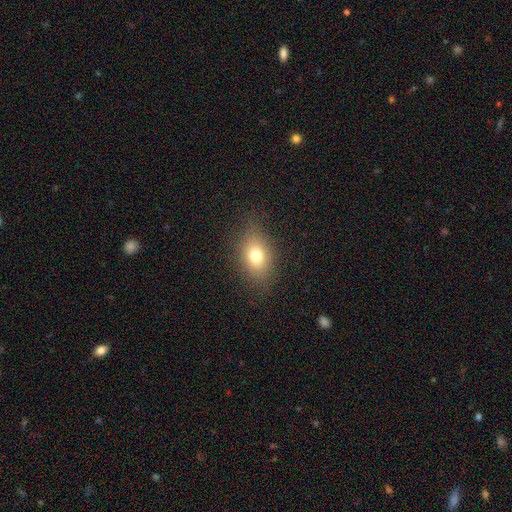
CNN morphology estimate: smooth_or_featured: smooth (p=0.74) [alt: featured or disk p=0.13]
how_rounded: in between (p=0.73) [alt: round p=0.25]
merging: none (p=0.81) [alt: minor disturbance p=0.13]